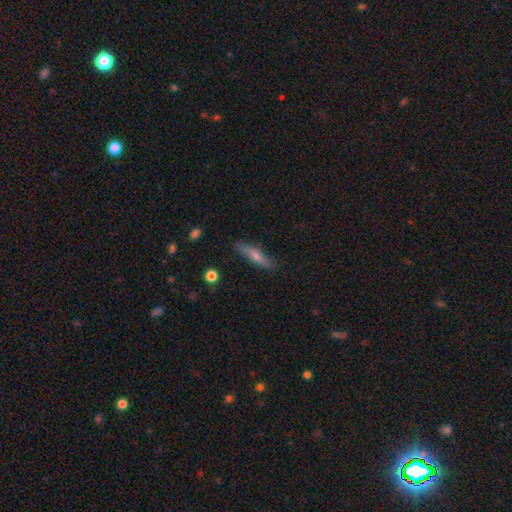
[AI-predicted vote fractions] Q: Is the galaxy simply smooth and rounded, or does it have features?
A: smooth — 55%.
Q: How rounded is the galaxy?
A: cigar-shaped — 80%.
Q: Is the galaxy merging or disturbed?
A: none — 84%.